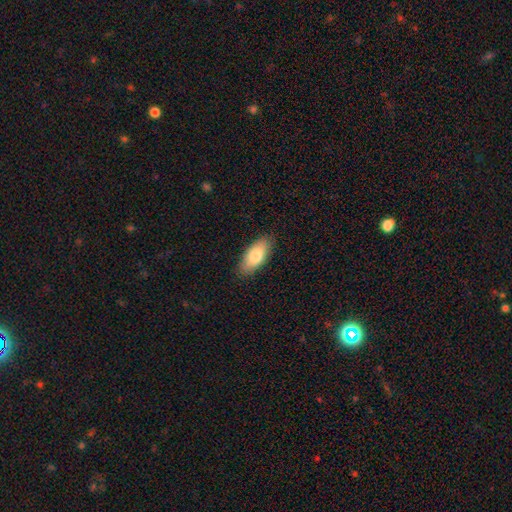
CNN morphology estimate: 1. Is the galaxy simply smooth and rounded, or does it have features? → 79% smooth, 15% featured or disk, 6% star or artifact.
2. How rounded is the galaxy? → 85% in between, 13% cigar-shaped, 2% round.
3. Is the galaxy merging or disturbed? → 87% none, 10% minor disturbance, 2% major disturbance, 1% merger.